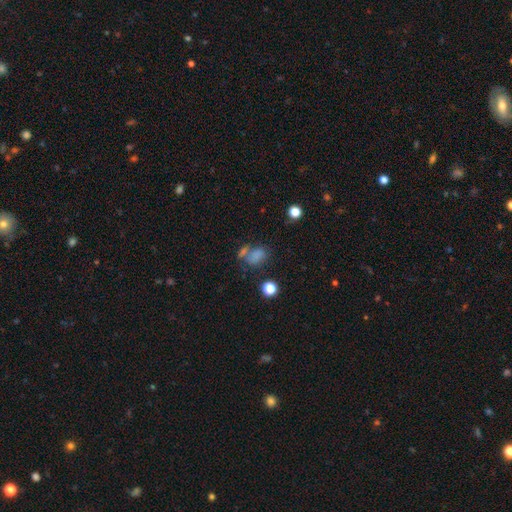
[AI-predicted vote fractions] Smooth or featured?
  - smooth: 68% *
  - star or artifact: 16%
  - featured or disk: 16%
How rounded?
  - in between: 70% *
  - round: 28%
  - cigar-shaped: 2%
Merging?
  - none: 35% *
  - merger: 33%
  - minor disturbance: 17%
  - major disturbance: 16%